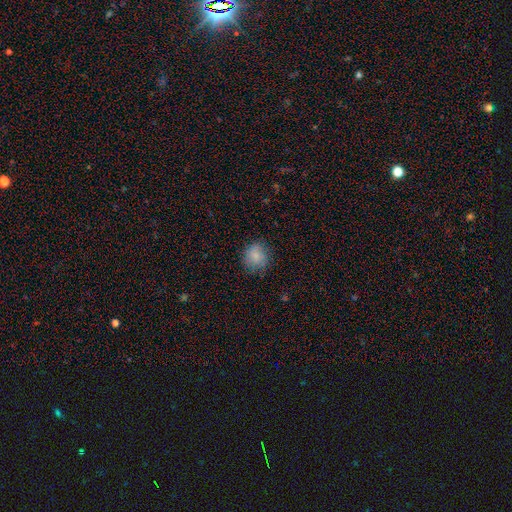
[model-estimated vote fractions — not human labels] Smooth or featured: smooth — 82% (star or artifact — 10%)
How rounded: round — 81% (in between — 18%)
Merging: none — 78% (minor disturbance — 16%)